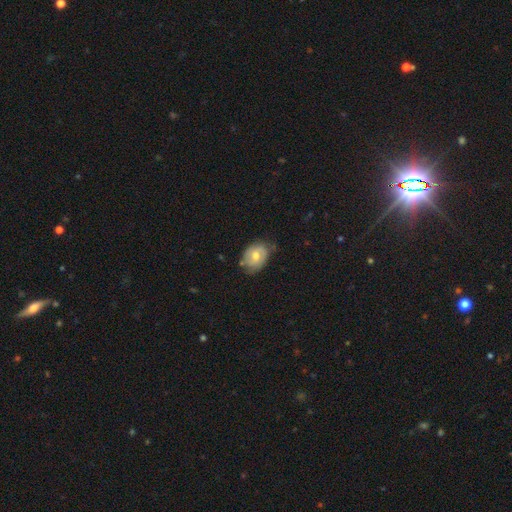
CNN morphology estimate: type=smooth (50%); roundness=in between (69%); merging=none (63%).